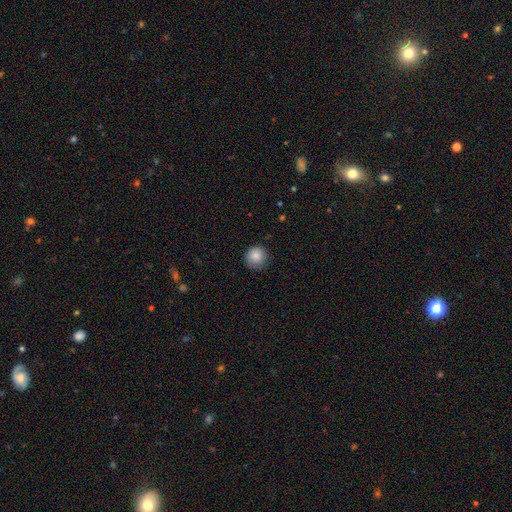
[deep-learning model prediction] A smooth galaxy with no disk features (85%) that is round (94%). Merging: none (85%).